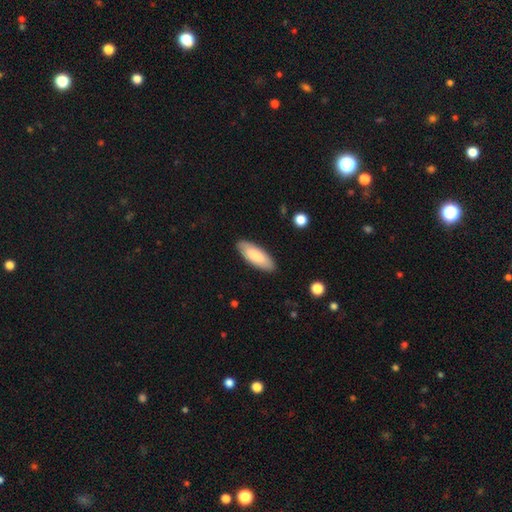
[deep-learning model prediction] Morphology: type=smooth (83%); roundness=in between (71%); merging=none (87%).